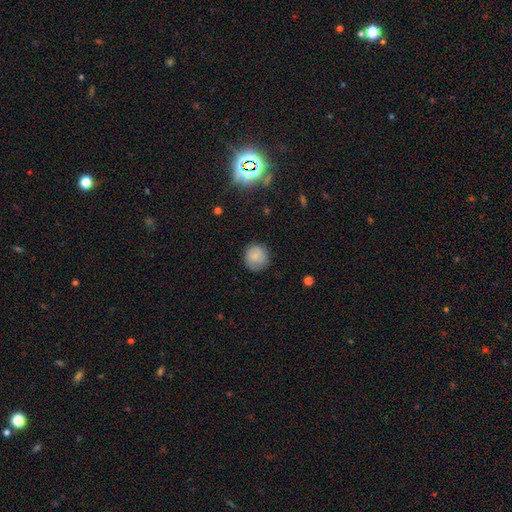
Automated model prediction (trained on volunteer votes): Overall: smooth (71%). How rounded: round (91%). Merging: none (81%).